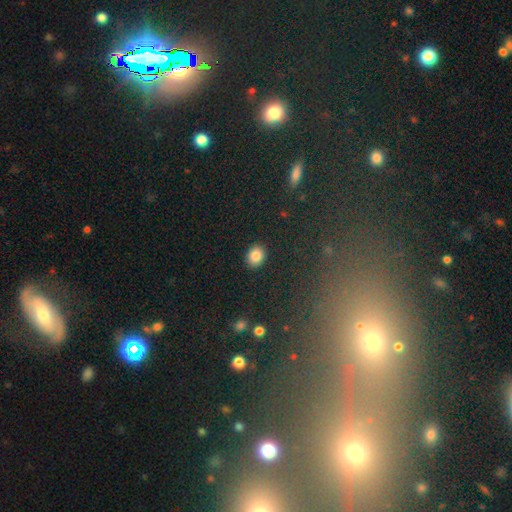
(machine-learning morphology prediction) Smooth or featured? Predicted: smooth (p=0.85). How rounded? Predicted: round (p=0.51). Merging? Predicted: none (p=0.90).